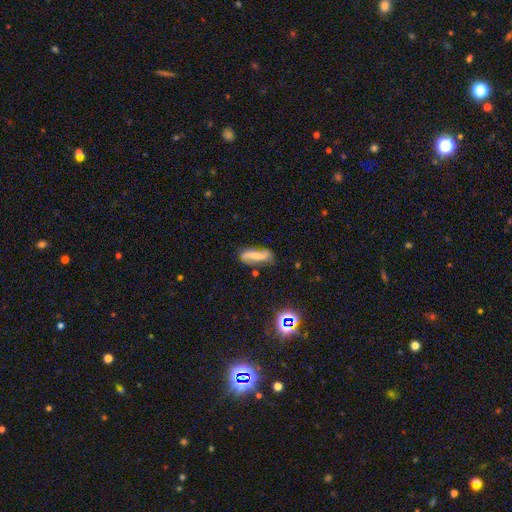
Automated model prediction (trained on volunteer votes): Smooth or featured: featured or disk — 57% (smooth — 33%)
Edge-on disk: no — 85% (yes — 15%)
Merging: none — 66% (minor disturbance — 23%)